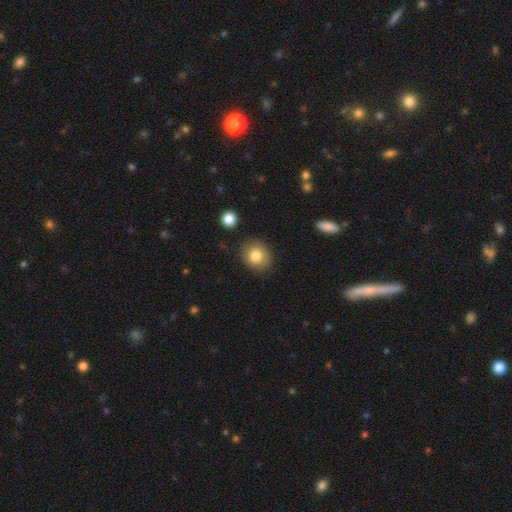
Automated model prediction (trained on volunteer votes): The model was most divided on "how rounded": round: 69%, in between: 30%, cigar-shaped: 1%. More confident: merging — none (86%); smooth or featured — smooth (82%).